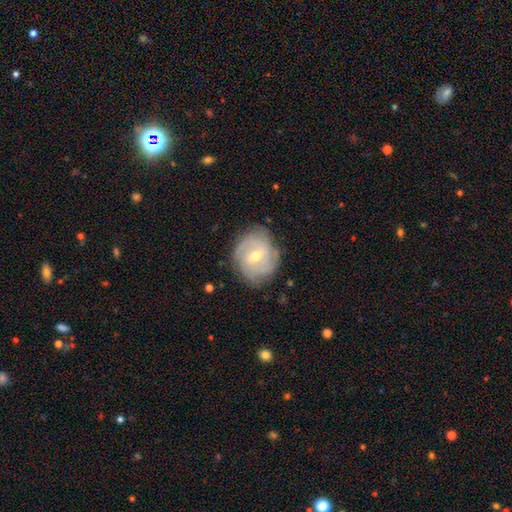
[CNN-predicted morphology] smooth_or_featured: featured or disk (p=0.76) [alt: smooth p=0.17]
disk_edge_on: no (p=0.97) [alt: yes p=0.03]
bar: weak (p=0.57) [alt: no p=0.27]
has_spiral_arms: yes (p=0.90) [alt: no p=0.10]
spiral_winding: tight (p=0.55) [alt: medium p=0.34]
spiral_arm_count: can't tell (p=0.34) [alt: 2 p=0.30]
bulge_size: moderate (p=0.58) [alt: small p=0.38]
merging: none (p=0.76) [alt: minor disturbance p=0.17]